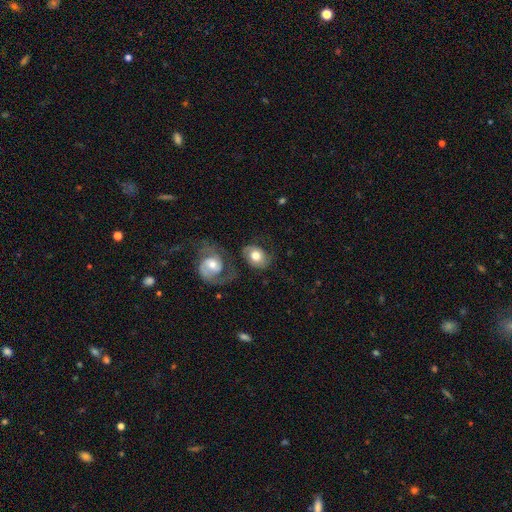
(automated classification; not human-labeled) The model was most divided on "smooth or featured": smooth: 50%, featured or disk: 43%, star or artifact: 7%. Remaining: how rounded — in between (55%); merging — none (46%).